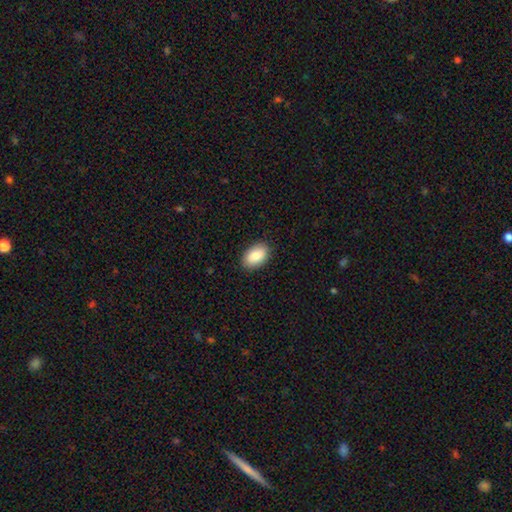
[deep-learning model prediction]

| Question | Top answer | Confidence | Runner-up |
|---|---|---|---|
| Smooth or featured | smooth | 86% | featured or disk (8%) |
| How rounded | in between | 92% | round (6%) |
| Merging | none | 89% | minor disturbance (8%) |